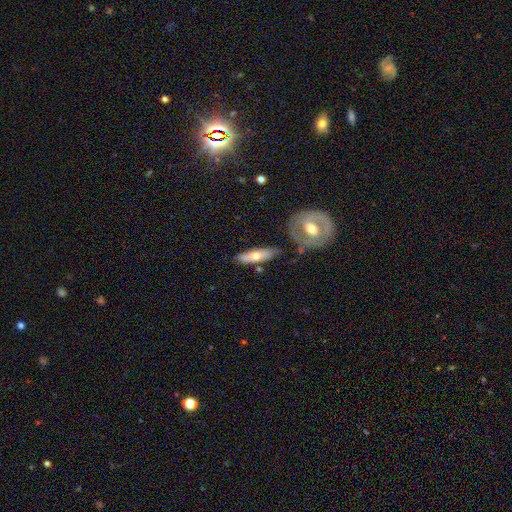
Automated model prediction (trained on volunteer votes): smooth-or-featured: smooth: 57% | featured or disk: 37% | star or artifact: 6%
  how-rounded: cigar-shaped: 56% | in between: 41% | round: 3%
  merging: none: 76% | minor disturbance: 14% | merger: 7% | major disturbance: 4%